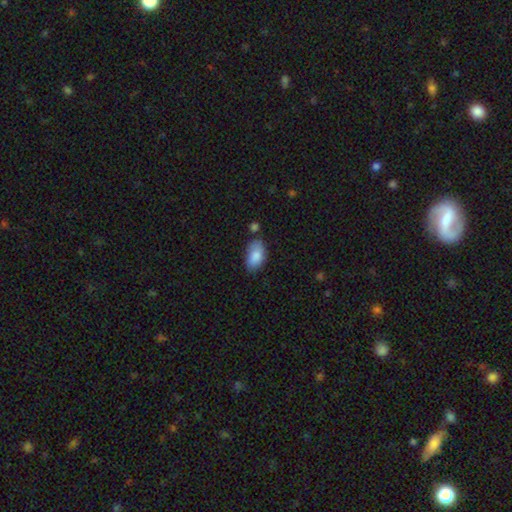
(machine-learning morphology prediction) This appears to be a smooth galaxy with no disk features (86%) that is in between round and cigar-shaped (93%). Merging: none (67%).